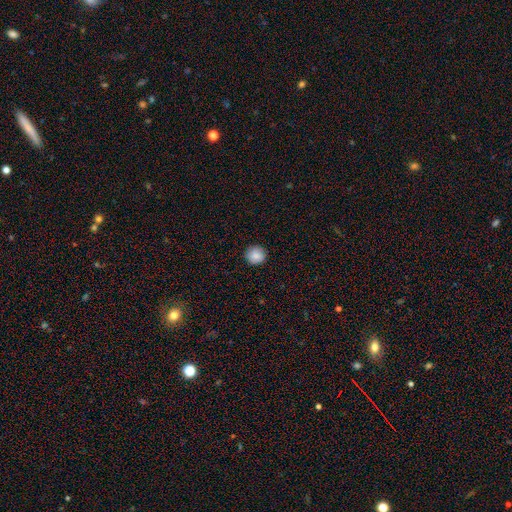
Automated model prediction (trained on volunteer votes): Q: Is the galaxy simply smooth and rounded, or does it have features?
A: smooth — 87%.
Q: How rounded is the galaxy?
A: round — 92%.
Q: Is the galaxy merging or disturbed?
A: none — 90%.